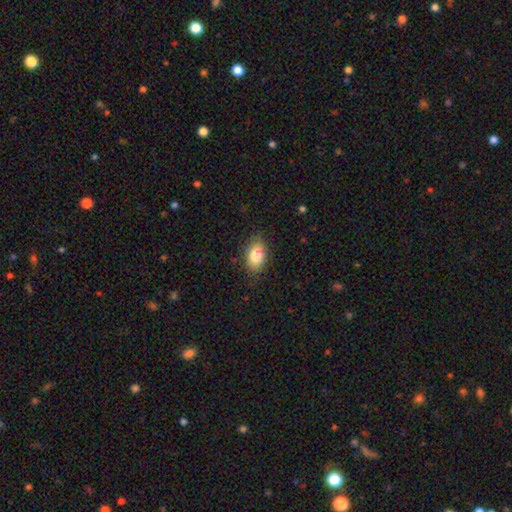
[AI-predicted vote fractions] Smooth or featured?
  - smooth: 81% *
  - featured or disk: 11%
  - star or artifact: 8%
How rounded?
  - in between: 88% *
  - round: 10%
  - cigar-shaped: 2%
Merging?
  - none: 82% *
  - minor disturbance: 14%
  - major disturbance: 3%
  - merger: 1%